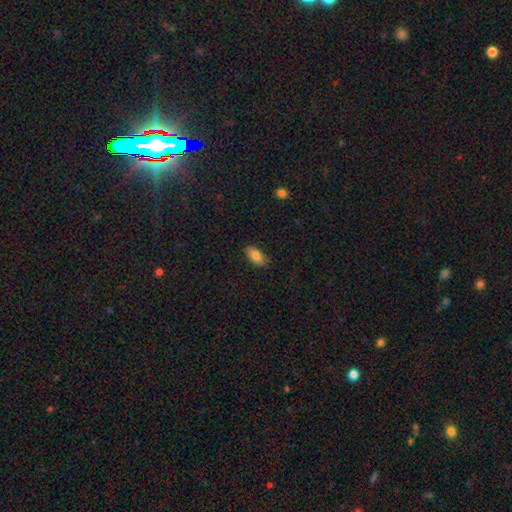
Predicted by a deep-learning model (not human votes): The model was most divided on "smooth or featured": smooth: 82%, featured or disk: 11%, star or artifact: 7%. More confident: how rounded — in between (90%); merging — none (85%).